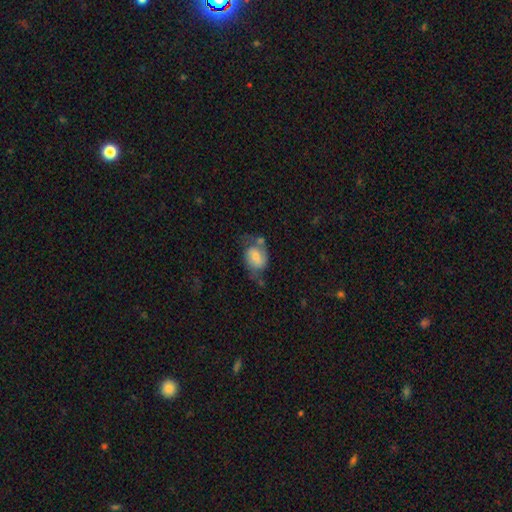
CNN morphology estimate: Smooth or featured? Predicted: featured or disk (p=0.46). Merging? Predicted: none (p=0.44).